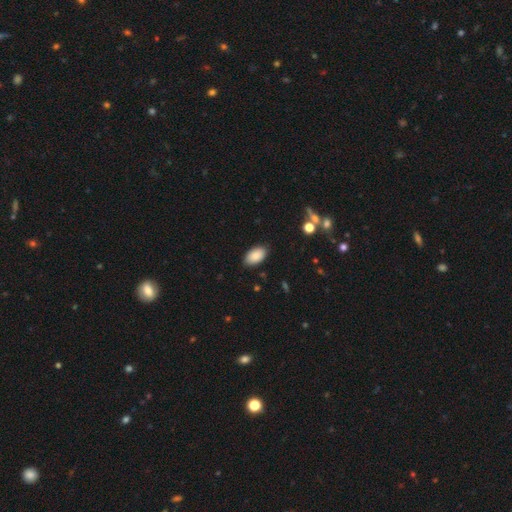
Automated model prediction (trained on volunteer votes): Smooth or featured? smooth (88%)
How rounded? in between (95%)
Merging? none (87%)